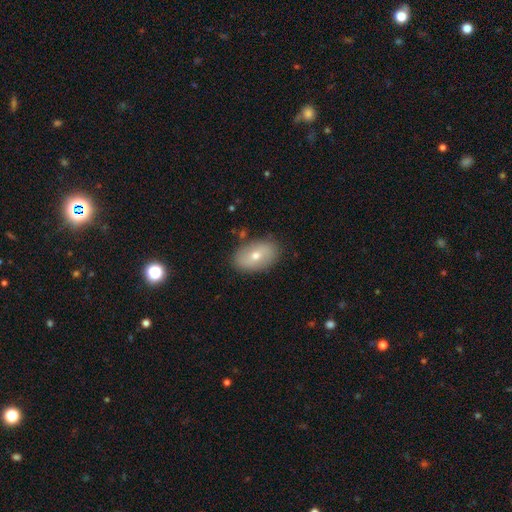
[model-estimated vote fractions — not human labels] smooth 61%, featured or disk 30%, star or artifact 9%. Down the decision tree: how rounded — in between (90%); merging — none (85%).